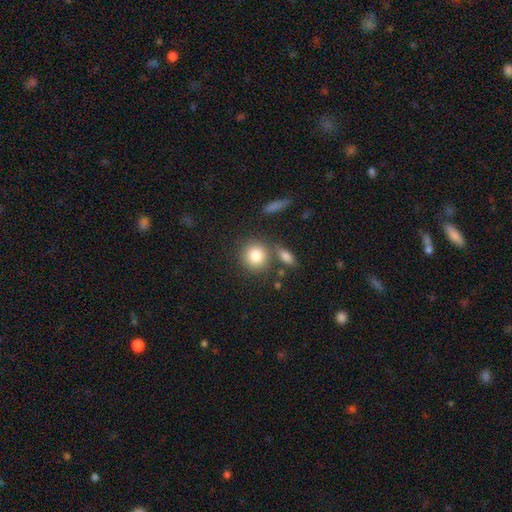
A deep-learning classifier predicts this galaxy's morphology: Smooth or featured? smooth (83%)
How rounded? round (84%)
Merging? none (68%)